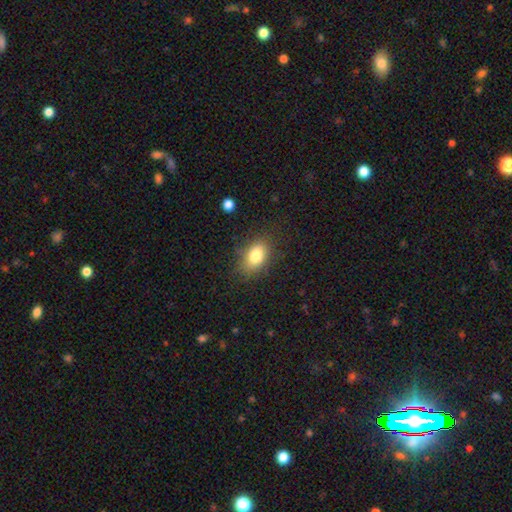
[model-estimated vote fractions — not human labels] This is clearly a smooth galaxy (81%). How rounded: clearly in between (83%). Merging: likely none (79%).